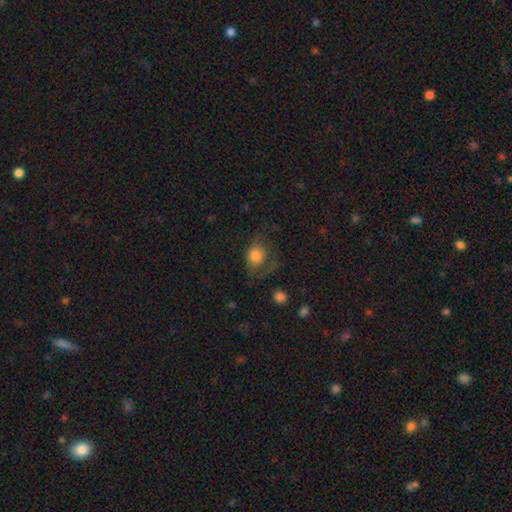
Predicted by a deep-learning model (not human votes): smooth_or_featured: smooth (p=0.74) [alt: featured or disk p=0.16]
how_rounded: round (p=0.64) [alt: in between p=0.34]
merging: none (p=0.46) [alt: major disturbance p=0.27]